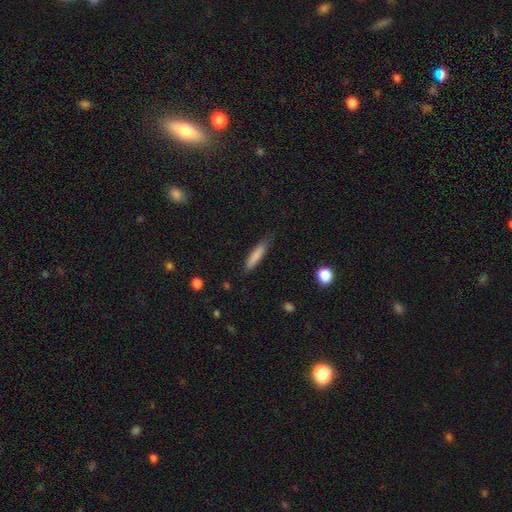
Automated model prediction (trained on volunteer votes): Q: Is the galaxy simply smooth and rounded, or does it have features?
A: smooth — 80%.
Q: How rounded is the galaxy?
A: cigar-shaped — 84%.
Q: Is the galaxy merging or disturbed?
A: none — 73%.